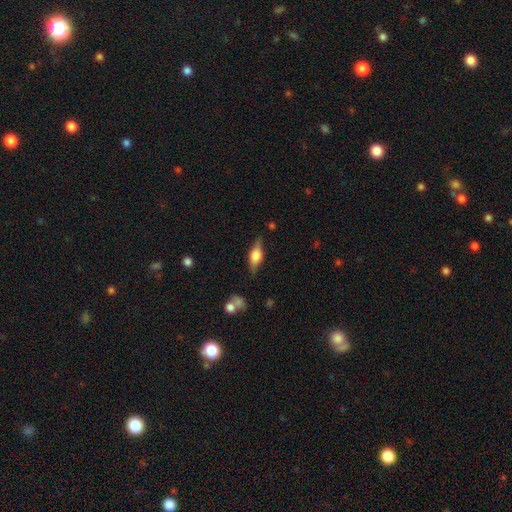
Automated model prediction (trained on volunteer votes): smooth_or_featured: featured or disk (p=0.54) [alt: smooth p=0.39]
disk_edge_on: yes (p=0.91) [alt: no p=0.09]
merging: none (p=0.78) [alt: minor disturbance p=0.16]